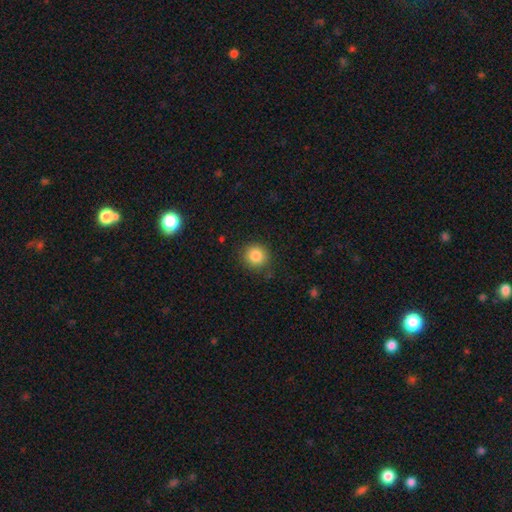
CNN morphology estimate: Smooth or featured?
  - smooth: 85% *
  - star or artifact: 10%
  - featured or disk: 5%
How rounded?
  - round: 92% *
  - in between: 7%
  - cigar-shaped: 1%
Merging?
  - none: 87% *
  - minor disturbance: 9%
  - major disturbance: 3%
  - merger: 1%